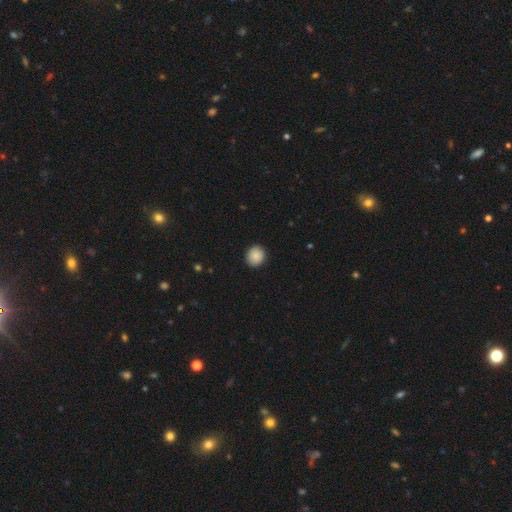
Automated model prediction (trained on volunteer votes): This is clearly a smooth galaxy (88%). How rounded: clearly round (81%). Merging: clearly none (90%).